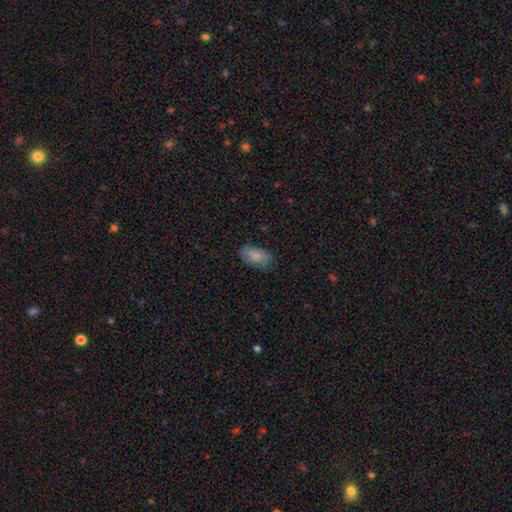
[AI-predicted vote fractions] smooth-or-featured: smooth: 83% | featured or disk: 10% | star or artifact: 7%
  how-rounded: in between: 93% | round: 5% | cigar-shaped: 2%
  merging: none: 75% | minor disturbance: 20% | major disturbance: 4% | merger: 1%